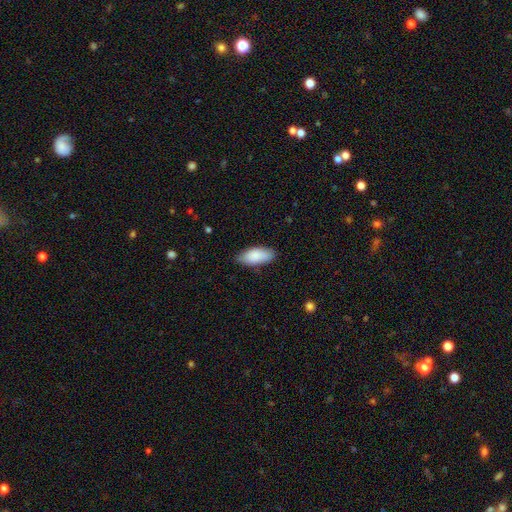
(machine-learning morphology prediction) The model was most divided on "merging": none: 80%, minor disturbance: 16%, major disturbance: 2%, merger: 1%. More confident: how rounded — in between (88%); smooth or featured — smooth (87%).